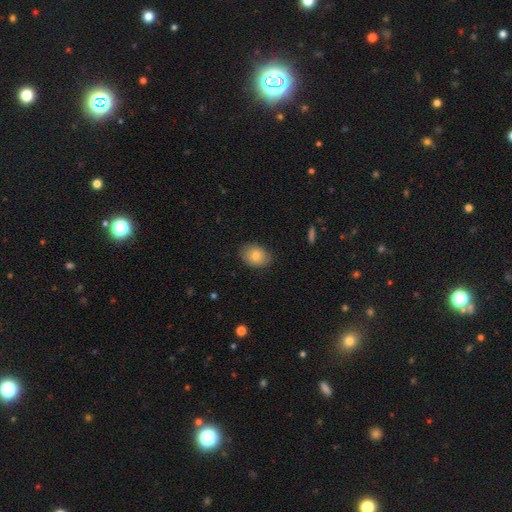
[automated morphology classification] The model was most divided on "how rounded": in between: 70%, round: 29%, cigar-shaped: 1%. More confident: merging — none (83%); smooth or featured — smooth (80%).